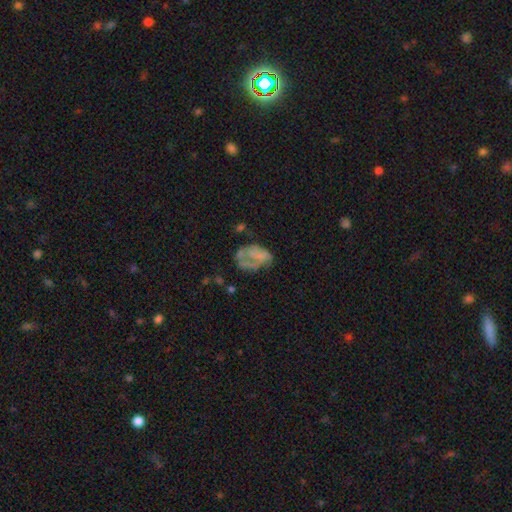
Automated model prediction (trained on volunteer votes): This is possibly a featured or disk galaxy (48%). Merging: marginally major disturbance (38%).